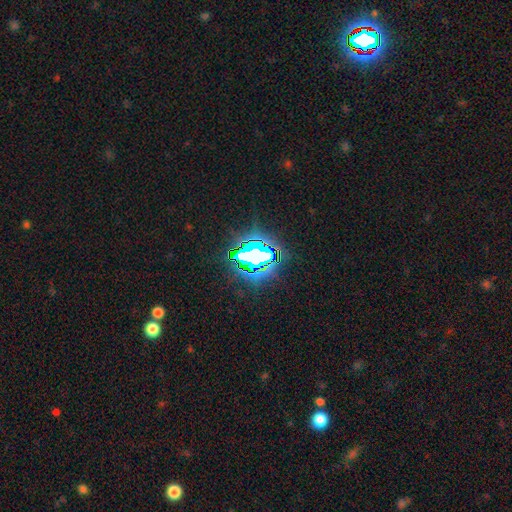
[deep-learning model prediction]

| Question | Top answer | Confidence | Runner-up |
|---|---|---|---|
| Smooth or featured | star or artifact | 73% | smooth (15%) |